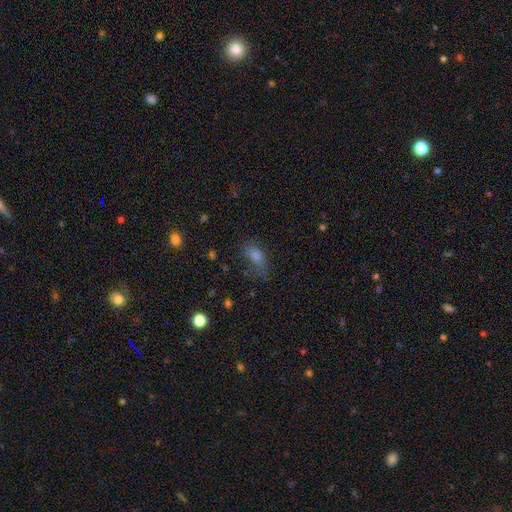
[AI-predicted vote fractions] A smooth galaxy with no disk features (60%) that is in between round and cigar-shaped (75%). Merging: none (48%).